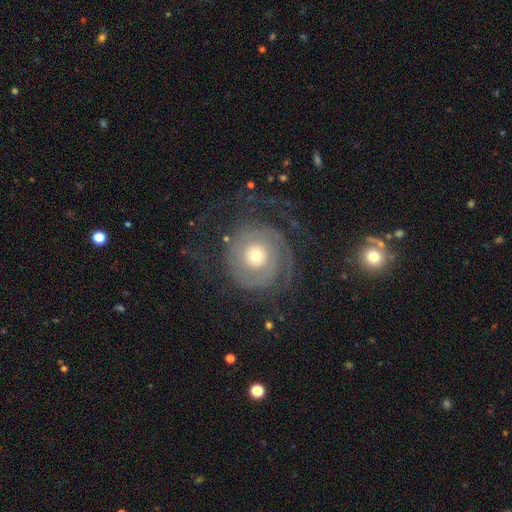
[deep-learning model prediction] smooth-or-featured: featured or disk: 81% | smooth: 13% | star or artifact: 6%
  disk-edge-on: no: 98% | yes: 2%
    bar: no: 82% | weak: 14% | strong: 4%
    has-spiral-arms: yes: 92% | no: 8%
      spiral-winding: tight: 67% | medium: 23% | loose: 11%
      spiral-arm-count: 2: 41% | can't tell: 23% | 1: 16% | 3: 10% | 4: 5% | more than 4: 5%
    bulge-size: moderate: 44% | small: 43% | large: 9% | dominant: 2% | none: 1%
  merging: none: 64% | major disturbance: 21% | minor disturbance: 13% | merger: 2%